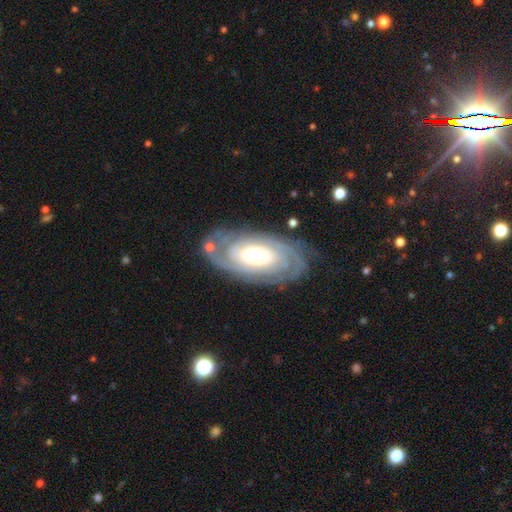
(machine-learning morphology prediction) Overall: featured or disk (81%). Edge-on disk: no (94%). Bar: no (70%). Spiral arms: yes (90%). Spiral arm count: can't tell (37%; 2 32%). Spiral winding: tight (77%). Bulge size: moderate (48%; small 24%). Merging: none (77%).